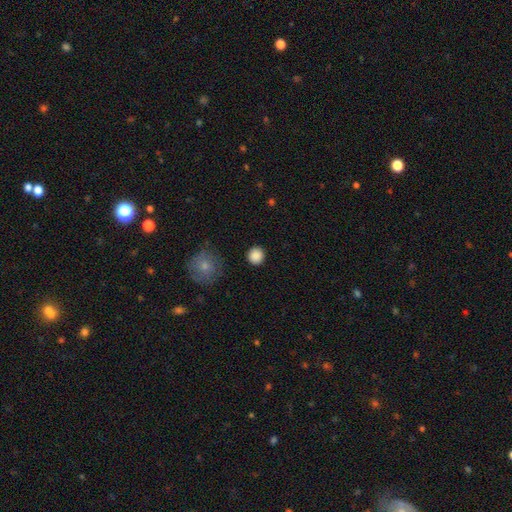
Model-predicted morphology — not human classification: Overall: smooth (87%). How rounded: round (92%). Merging: none (90%).